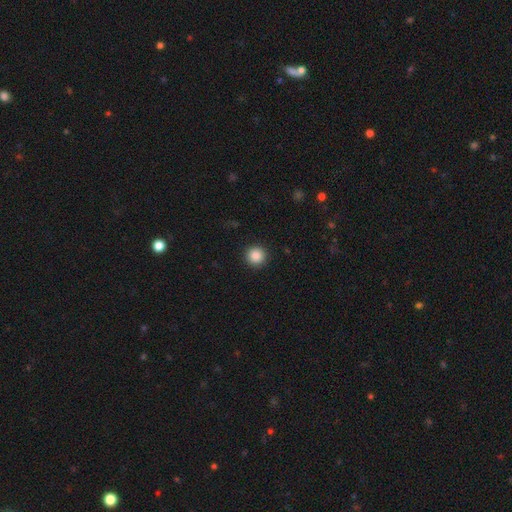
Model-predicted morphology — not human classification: A smooth galaxy with no disk features (87%) that is round (96%). Merging: none (93%).